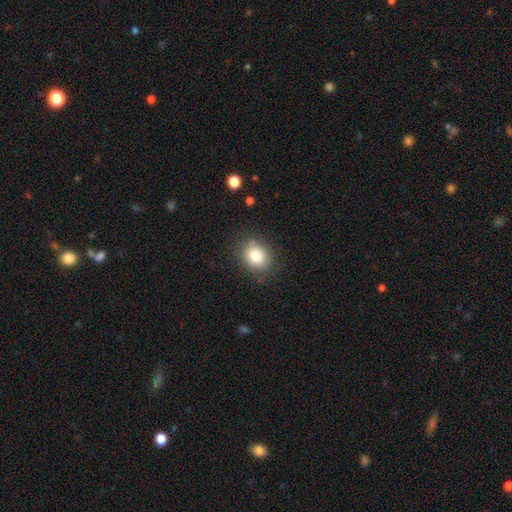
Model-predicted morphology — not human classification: Smooth or featured? smooth (83%)
How rounded? round (60%)
Merging? none (80%)